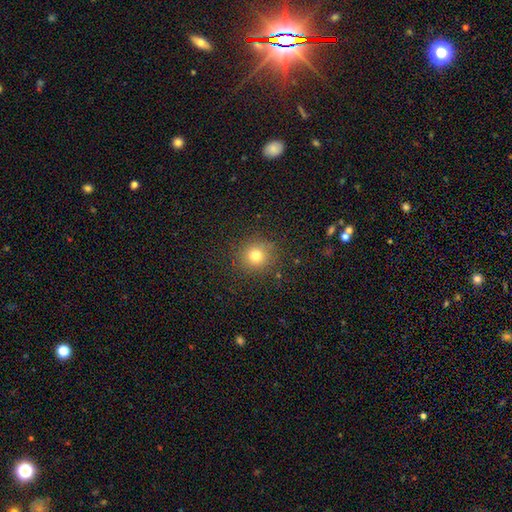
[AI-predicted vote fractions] This appears to be a smooth galaxy with no disk features (77%) that is round (90%). Merging: none (87%).